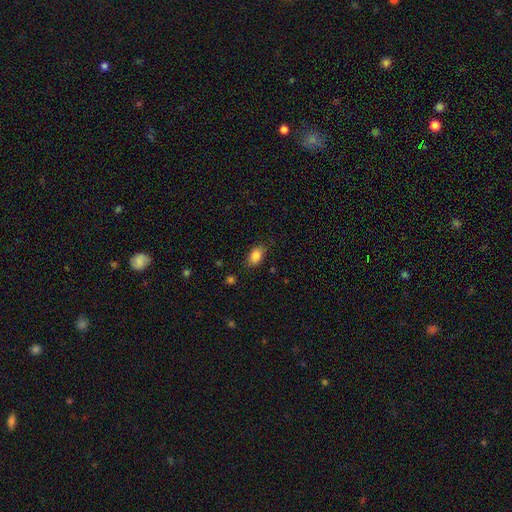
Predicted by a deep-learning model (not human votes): Morphology: type=smooth (85%); roundness=in between (84%); merging=none (76%).